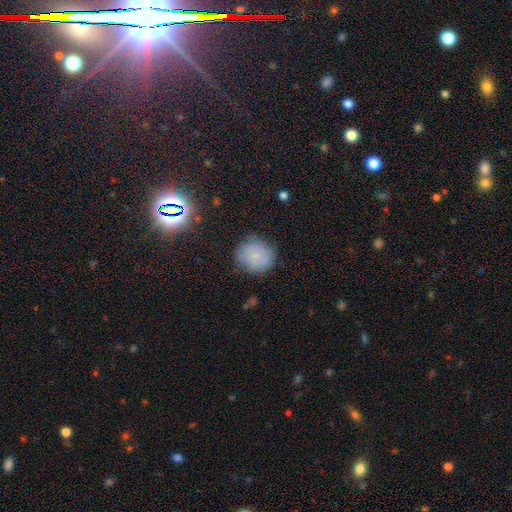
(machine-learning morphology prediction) A smooth galaxy with no disk features (77%) that is round (81%). Merging: none (78%).